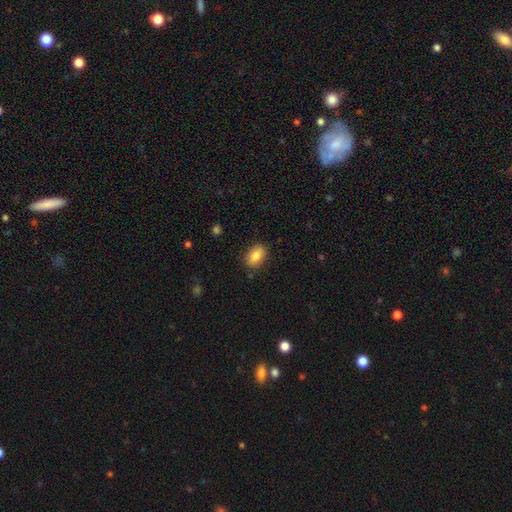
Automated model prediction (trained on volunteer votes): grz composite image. It shows a smooth galaxy with no disk features (82%) that is in between round and cigar-shaped (85%). Merging: none (86%).